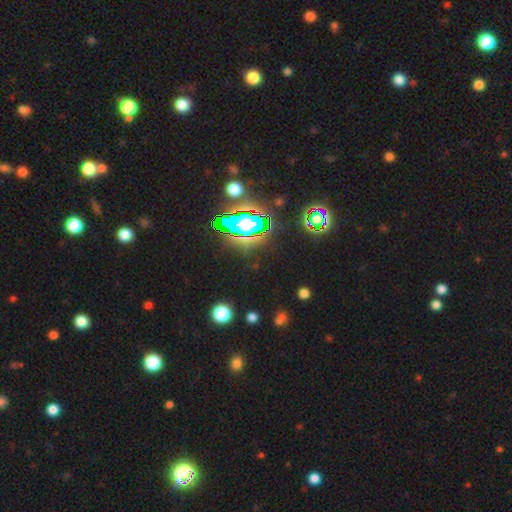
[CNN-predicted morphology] Smooth or featured? star or artifact (82%)